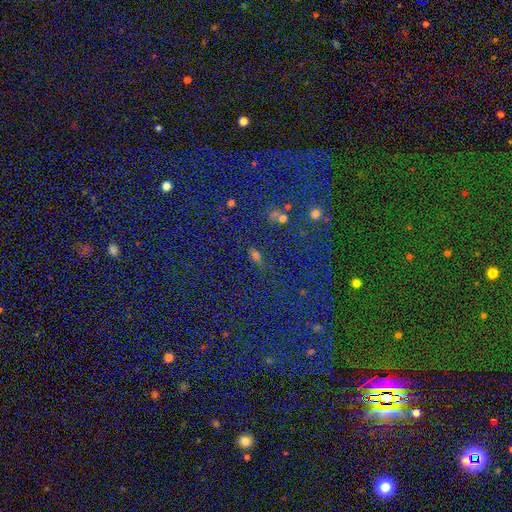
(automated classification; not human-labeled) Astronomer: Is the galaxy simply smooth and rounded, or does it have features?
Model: smooth — 47% (runner-up: star or artifact, 42%).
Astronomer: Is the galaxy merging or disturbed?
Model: none — 71%.